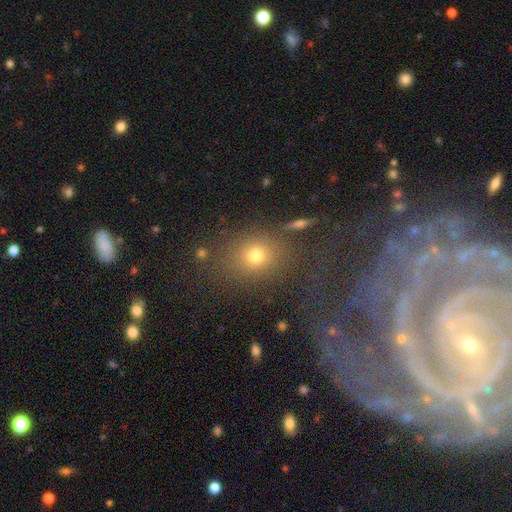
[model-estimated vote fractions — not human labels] This is likely a smooth galaxy (70%). How rounded: likely round (61%). Merging: likely none (76%).